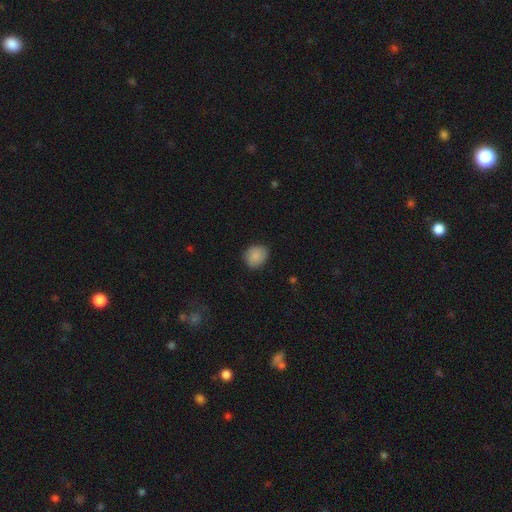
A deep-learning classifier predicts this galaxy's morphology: Q: Smooth or featured?
A: smooth (87%); runner-up: star or artifact (8%)
Q: How rounded?
A: round (70%); runner-up: in between (30%)
Q: Merging?
A: none (85%); runner-up: minor disturbance (12%)